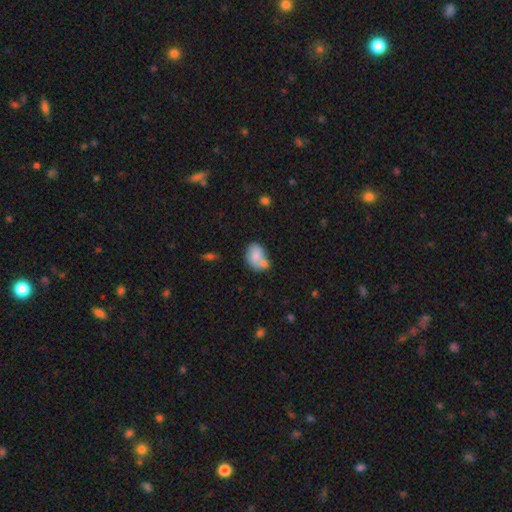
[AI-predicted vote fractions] This is likely a smooth galaxy (77%). How rounded: likely in between (69%). Merging: marginally merger (40%).